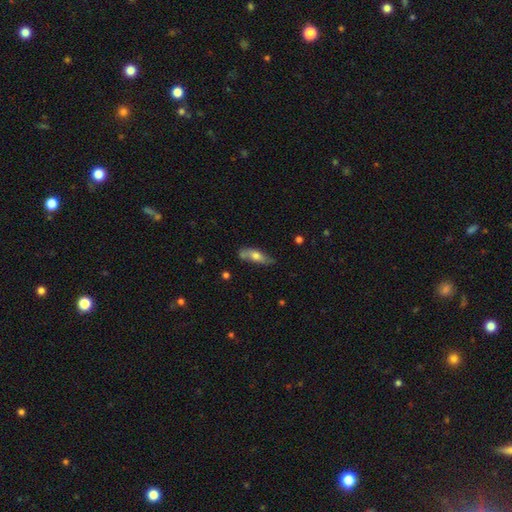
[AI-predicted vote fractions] The model was most divided on "how rounded": in between: 59%, cigar-shaped: 38%, round: 3%. More confident: merging — none (61%); smooth or featured — smooth (61%).